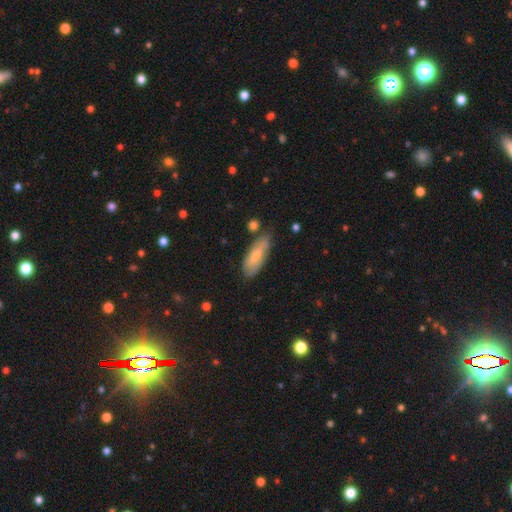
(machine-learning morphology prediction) smooth-or-featured: smooth: 66% | featured or disk: 28% | star or artifact: 6%
  how-rounded: in between: 66% | cigar-shaped: 32% | round: 2%
  merging: none: 67% | minor disturbance: 24% | major disturbance: 5% | merger: 4%